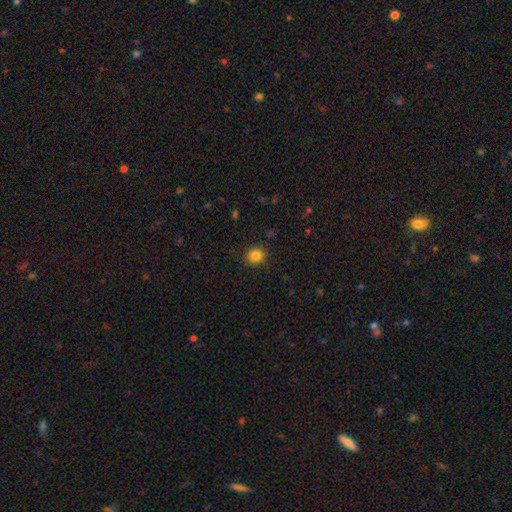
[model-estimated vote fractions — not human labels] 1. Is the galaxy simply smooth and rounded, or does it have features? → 84% smooth, 11% star or artifact, 5% featured or disk.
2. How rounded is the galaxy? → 83% round, 16% in between, 1% cigar-shaped.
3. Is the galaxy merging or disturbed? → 89% none, 7% minor disturbance, 2% major disturbance, 1% merger.